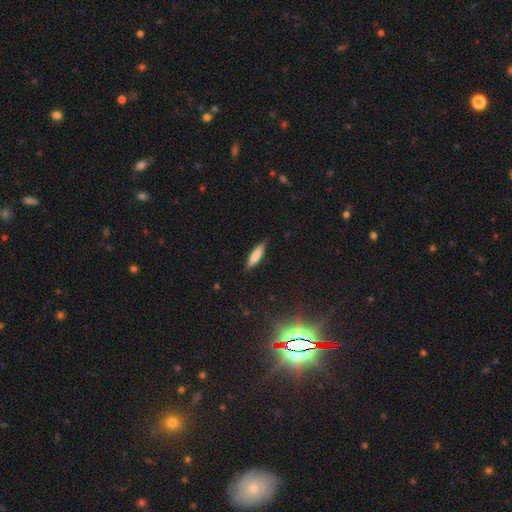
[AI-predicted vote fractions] A smooth galaxy with no disk features (78%) that is cigar-shaped (69%). Merging: none (83%).